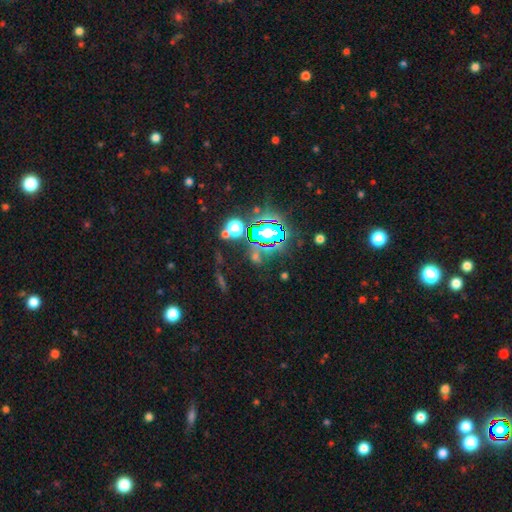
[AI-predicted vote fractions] smooth_or_featured: star or artifact (p=0.61) [alt: smooth p=0.26]